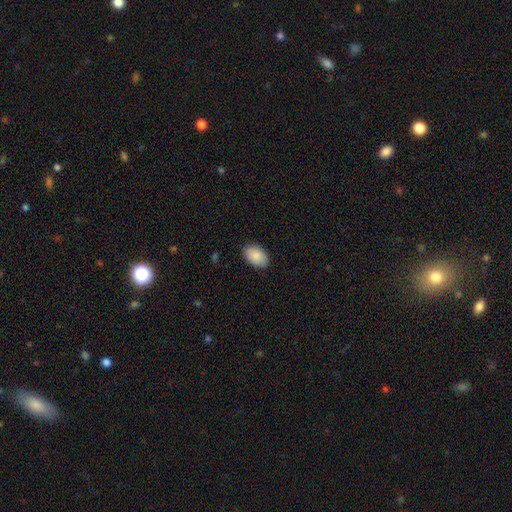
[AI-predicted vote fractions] Morphology: type=smooth (89%); roundness=in between (92%); merging=none (88%).